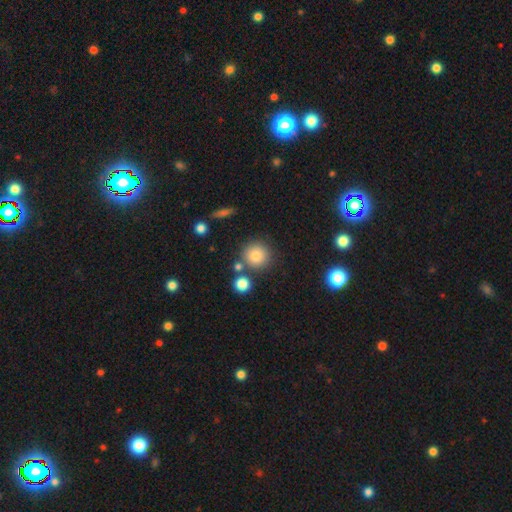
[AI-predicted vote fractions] Smooth or featured? smooth (81%)
How rounded? round (93%)
Merging? none (78%)